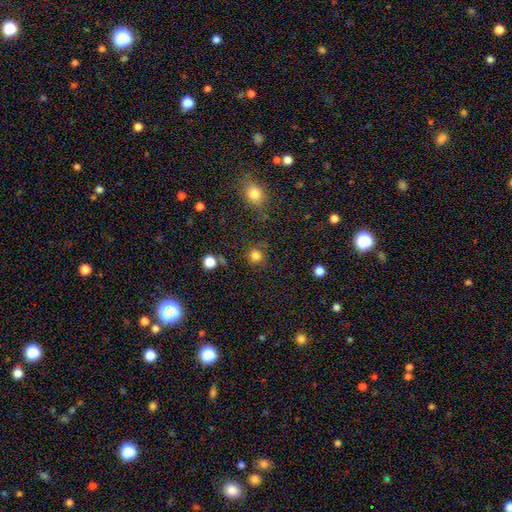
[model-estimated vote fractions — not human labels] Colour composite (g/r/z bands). It shows a smooth galaxy with no disk features (81%) that is round (92%). Merging: none (84%).